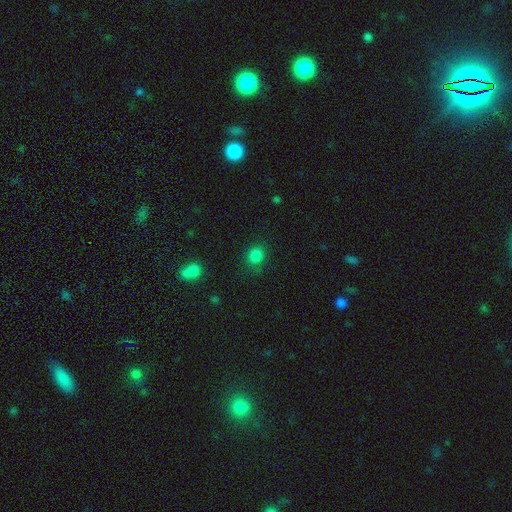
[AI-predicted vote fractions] A smooth galaxy with no disk features (82%) that is round (77%).

Vote fractions:
- Smooth or featured? smooth: 82% / star or artifact: 14% / featured or disk: 4%
- How rounded? round: 77% / in between: 22% / cigar-shaped: 1%
- Merging? none: 80% / minor disturbance: 13% / major disturbance: 5% / merger: 2%